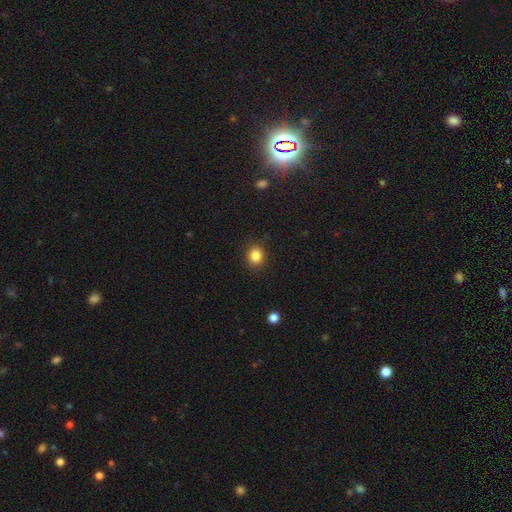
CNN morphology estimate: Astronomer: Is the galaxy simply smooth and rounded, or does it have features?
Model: smooth — 85%.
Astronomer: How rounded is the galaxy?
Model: round — 77%.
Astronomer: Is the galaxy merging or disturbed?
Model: none — 89%.